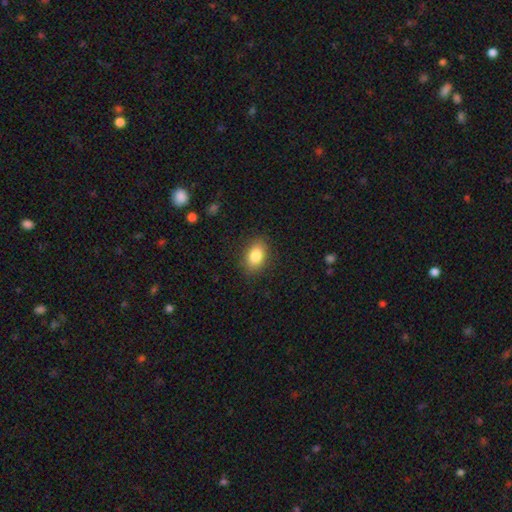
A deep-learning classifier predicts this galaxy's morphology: type=smooth (84%); roundness=in between (85%); merging=none (86%).